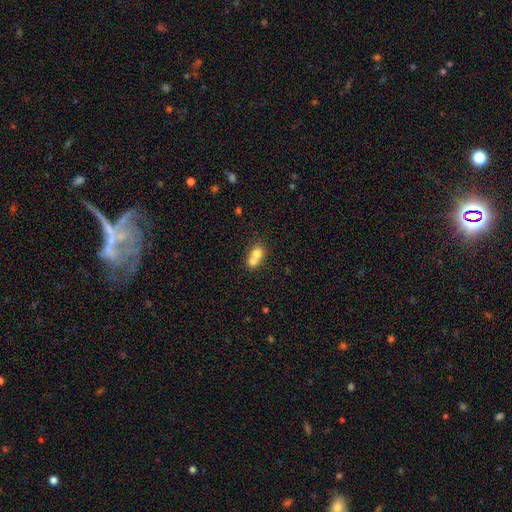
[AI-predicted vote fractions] Smooth or featured: smooth — 71% (featured or disk — 19%)
How rounded: round — 65% (in between — 34%)
Merging: merger — 71% (none — 22%)